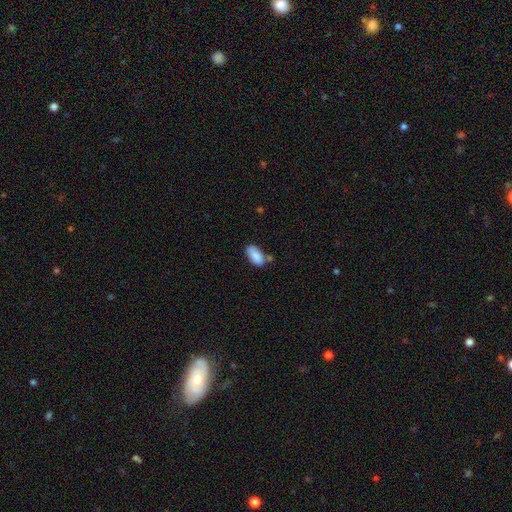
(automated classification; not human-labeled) The model was most divided on "merging": none: 66%, minor disturbance: 19%, merger: 11%, major disturbance: 4%. More confident: how rounded — in between (92%); smooth or featured — smooth (87%).